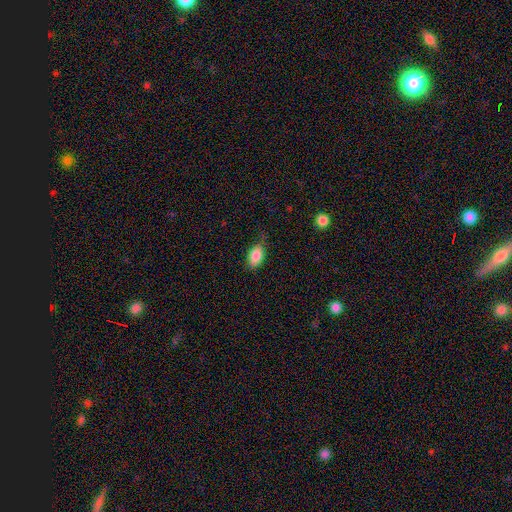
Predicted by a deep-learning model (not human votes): Smooth or featured? Predicted: smooth (p=0.84). How rounded? Predicted: in between (p=0.91). Merging? Predicted: none (p=0.71).